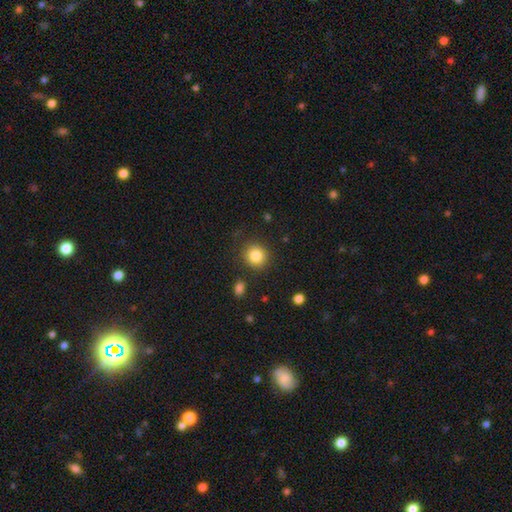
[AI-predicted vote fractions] Smooth or featured?
  - smooth: 84% *
  - star or artifact: 10%
  - featured or disk: 6%
How rounded?
  - round: 87% *
  - in between: 12%
  - cigar-shaped: 1%
Merging?
  - none: 86% *
  - minor disturbance: 8%
  - major disturbance: 3%
  - merger: 3%